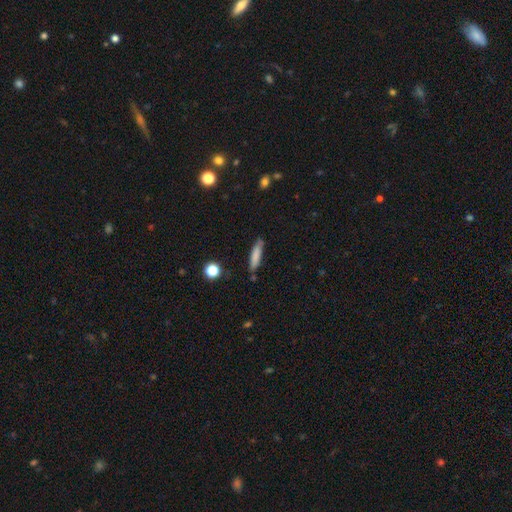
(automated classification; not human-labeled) smooth-or-featured: smooth: 80% | featured or disk: 13% | star or artifact: 7%
  how-rounded: cigar-shaped: 80% | in between: 19% | round: 2%
  merging: none: 77% | minor disturbance: 16% | merger: 4% | major disturbance: 3%